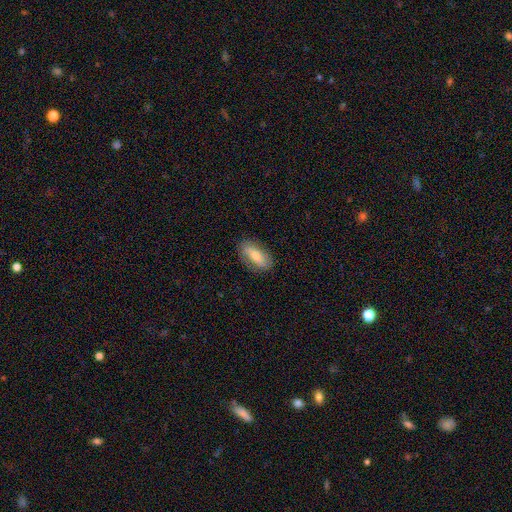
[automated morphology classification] smooth_or_featured: smooth (p=0.70) [alt: featured or disk p=0.24]
how_rounded: in between (p=0.82) [alt: cigar-shaped p=0.15]
merging: none (p=0.84) [alt: minor disturbance p=0.12]